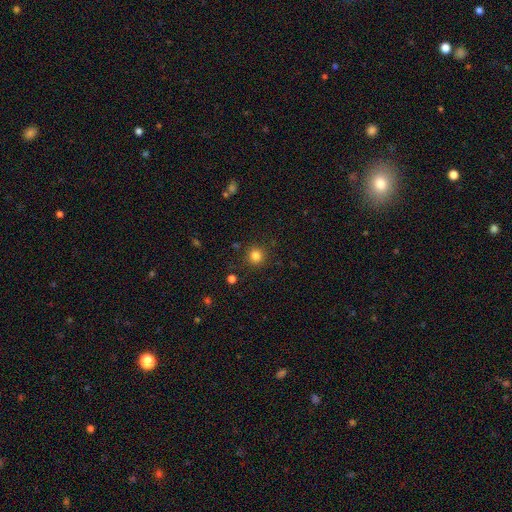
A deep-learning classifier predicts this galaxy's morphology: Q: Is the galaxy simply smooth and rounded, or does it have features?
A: smooth — 82%.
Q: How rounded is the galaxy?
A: round — 93%.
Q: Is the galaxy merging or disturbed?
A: none — 90%.